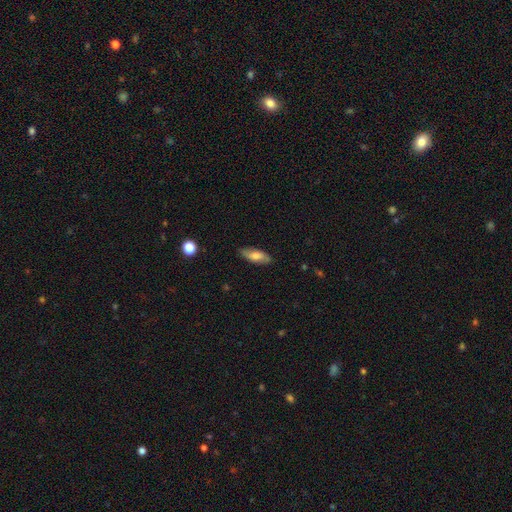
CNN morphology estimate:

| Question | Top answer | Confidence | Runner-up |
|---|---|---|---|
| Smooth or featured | smooth | 63% | featured or disk (30%) |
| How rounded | in between | 74% | cigar-shaped (23%) |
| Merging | none | 83% | minor disturbance (13%) |